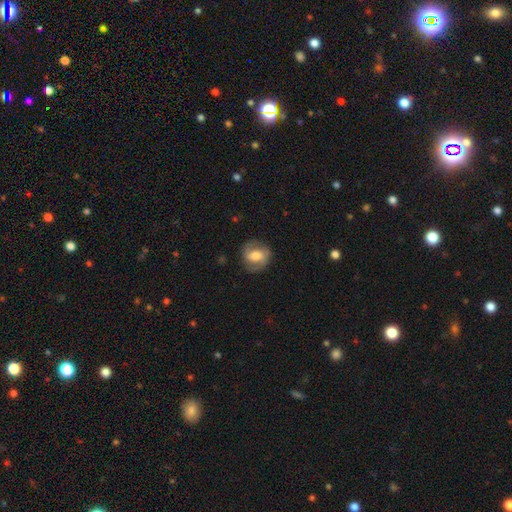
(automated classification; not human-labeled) smooth-or-featured: featured or disk: 59% | smooth: 34% | star or artifact: 7%
  disk-edge-on: no: 96% | yes: 4%
    bar: weak: 43% | no: 31% | strong: 27%
    has-spiral-arms: yes: 79% | no: 21%
    bulge-size: moderate: 61% | large: 19% | small: 16% | none: 2% | dominant: 2%
  merging: none: 80% | minor disturbance: 13% | major disturbance: 6% | merger: 1%